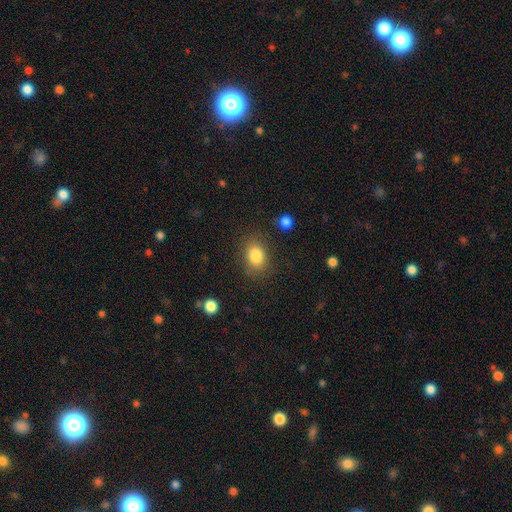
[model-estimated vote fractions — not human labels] A smooth galaxy with no disk features (84%) that is in between round and cigar-shaped (69%).

Vote fractions:
- Smooth or featured? smooth: 84% / star or artifact: 9% / featured or disk: 7%
- How rounded? in between: 69% / round: 30% / cigar-shaped: 1%
- Merging? none: 81% / minor disturbance: 12% / major disturbance: 5% / merger: 2%